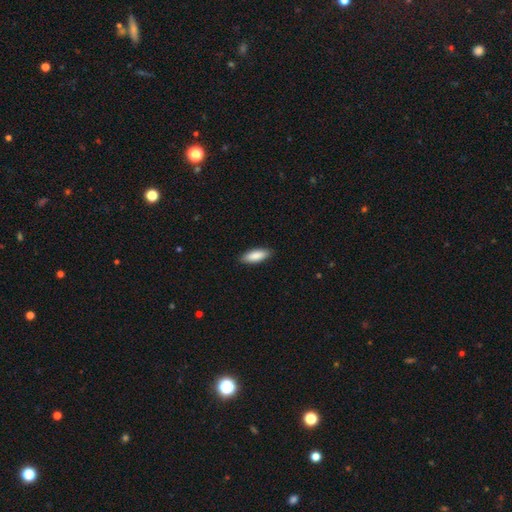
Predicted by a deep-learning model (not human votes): Morphology: type=smooth (88%); roundness=in between (67%); merging=none (89%).